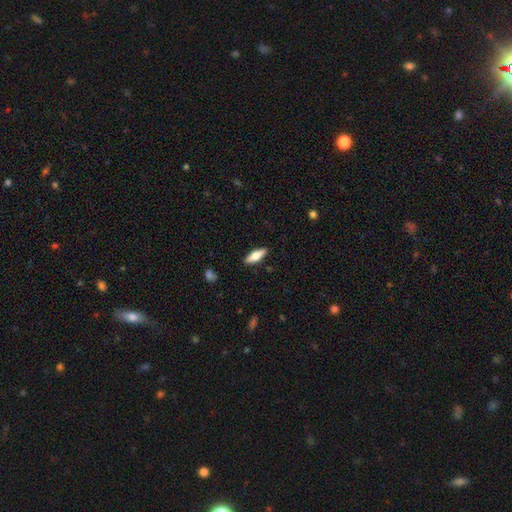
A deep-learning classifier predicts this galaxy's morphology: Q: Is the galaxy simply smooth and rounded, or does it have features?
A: smooth — 56%.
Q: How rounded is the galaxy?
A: in between — 54%.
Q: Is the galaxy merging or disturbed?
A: none — 89%.